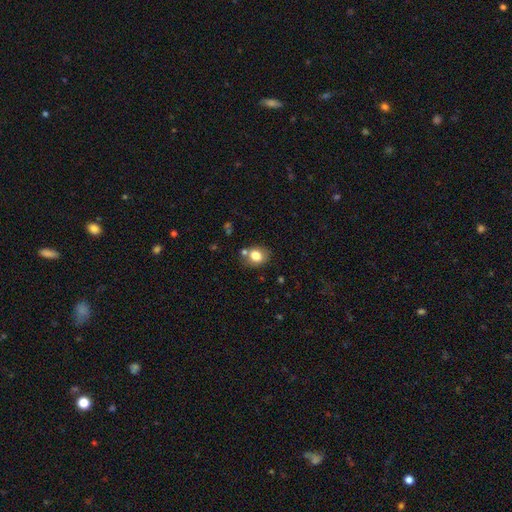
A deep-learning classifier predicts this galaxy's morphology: Smooth or featured?
  - smooth: 78% *
  - featured or disk: 11%
  - star or artifact: 11%
How rounded?
  - round: 63% *
  - in between: 36%
  - cigar-shaped: 1%
Merging?
  - none: 69% *
  - minor disturbance: 14%
  - merger: 12%
  - major disturbance: 4%